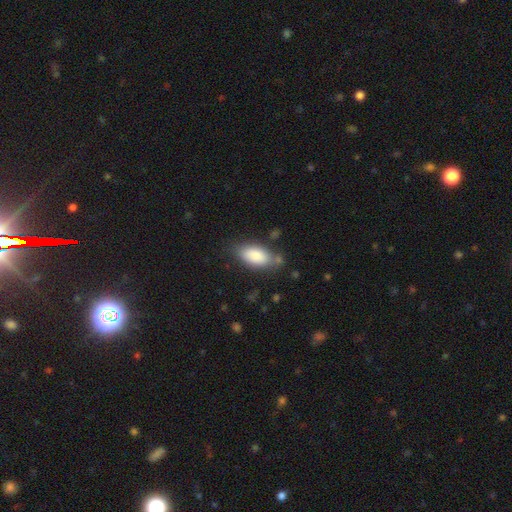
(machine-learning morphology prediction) A smooth galaxy with no disk features (85%) that is in between round and cigar-shaped (92%). Merging: none (68%).